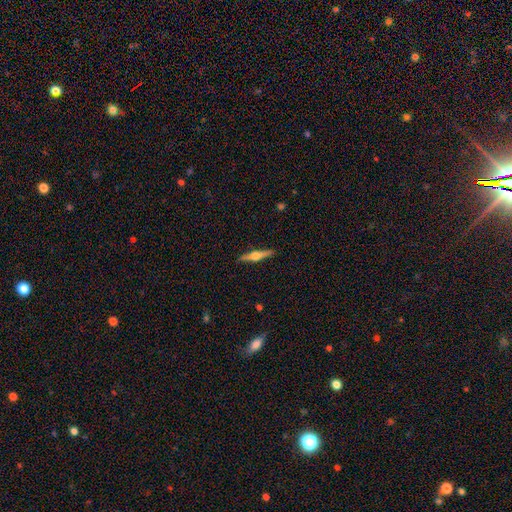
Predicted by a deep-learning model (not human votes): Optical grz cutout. It shows a featured or disk galaxy (75%) viewed edge-on (98%) with a rounded central bulge (93%). Merging: none (91%).